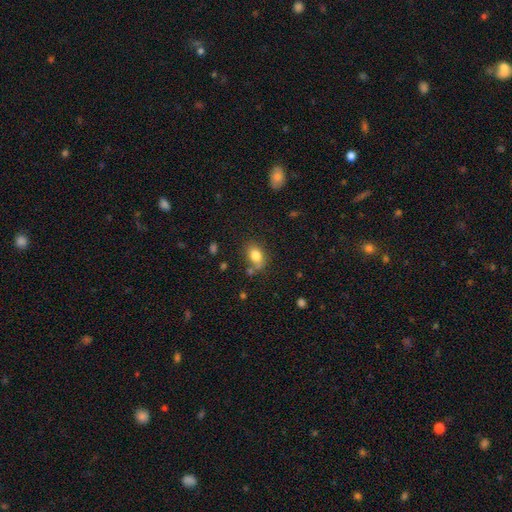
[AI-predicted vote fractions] smooth_or_featured: smooth (p=0.81) [alt: star or artifact p=0.10]
how_rounded: in between (p=0.74) [alt: round p=0.24]
merging: none (p=0.65) [alt: minor disturbance p=0.19]